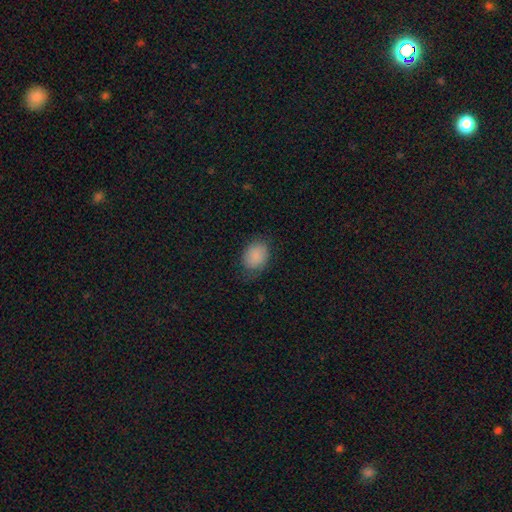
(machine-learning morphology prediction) smooth 86%, star or artifact 8%, featured or disk 6%. Down the decision tree: how rounded — in between (64%); merging — none (71%).